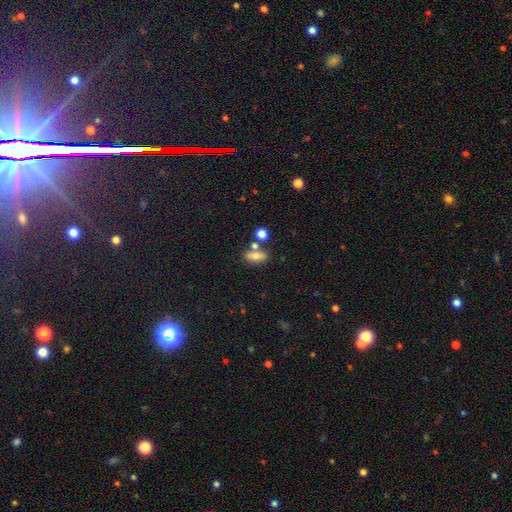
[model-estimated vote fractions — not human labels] A smooth galaxy with no disk features (75%) that is in between round and cigar-shaped (71%).

Vote fractions:
- Smooth or featured? smooth: 75% / featured or disk: 14% / star or artifact: 11%
- How rounded? in between: 71% / cigar-shaped: 18% / round: 11%
- Merging? none: 62% / merger: 20% / minor disturbance: 13% / major disturbance: 5%